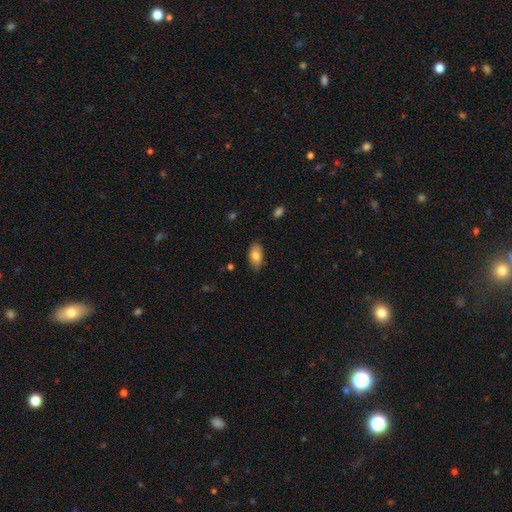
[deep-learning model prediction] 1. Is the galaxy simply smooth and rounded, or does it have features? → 81% smooth, 12% featured or disk, 7% star or artifact.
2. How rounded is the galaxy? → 92% in between, 4% cigar-shaped, 4% round.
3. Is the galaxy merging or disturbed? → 83% none, 13% minor disturbance, 2% major disturbance, 1% merger.